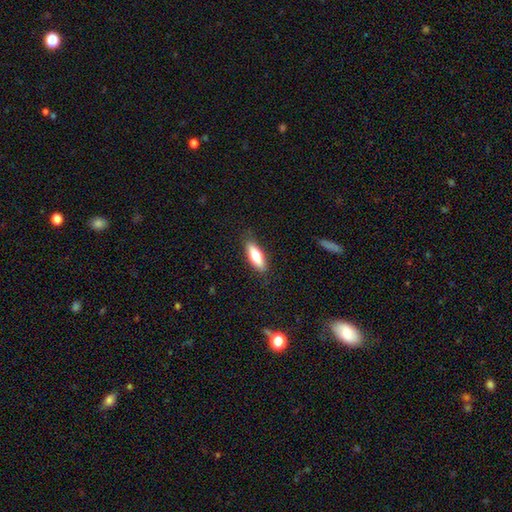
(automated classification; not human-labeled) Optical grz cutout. It shows a smooth galaxy with no disk features (70%) that is in between round and cigar-shaped (59%). Merging: none (86%).